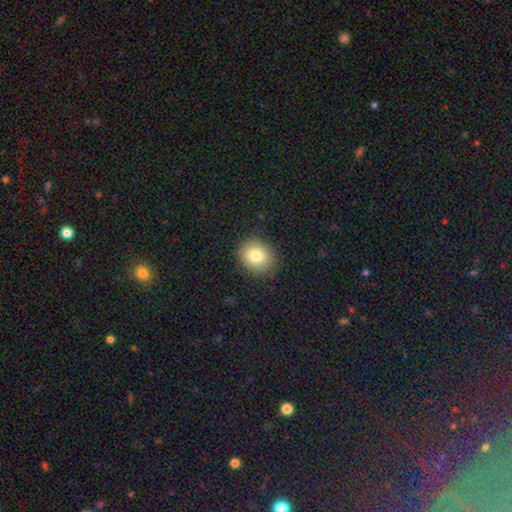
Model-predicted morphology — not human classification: Smooth or featured: smooth — 80% (featured or disk — 10%)
How rounded: round — 71% (in between — 28%)
Merging: none — 85% (minor disturbance — 11%)